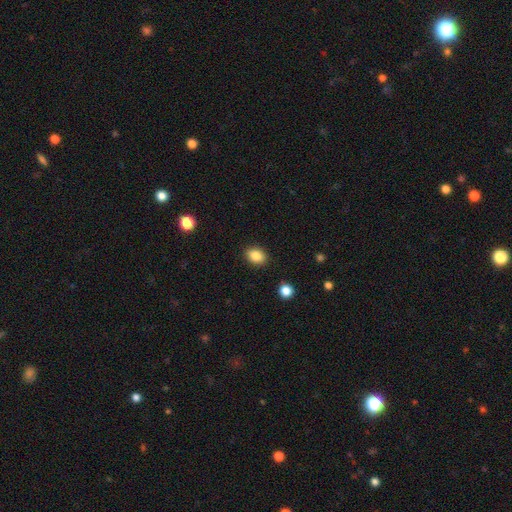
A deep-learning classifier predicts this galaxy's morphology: The model was most divided on "how rounded": in between: 72%, round: 27%, cigar-shaped: 1%. More confident: merging — none (89%); smooth or featured — smooth (86%).